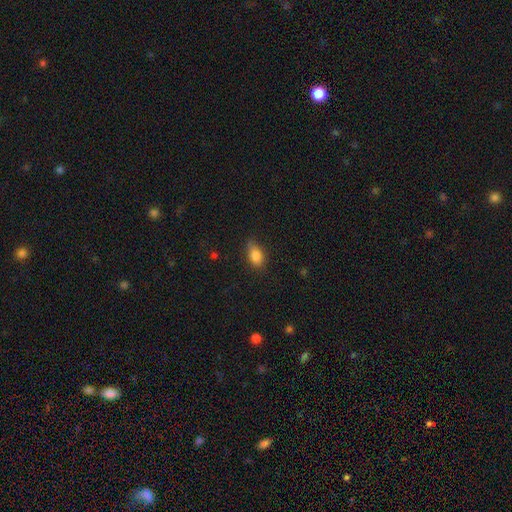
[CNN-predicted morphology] The model was most divided on "merging": none: 70%, minor disturbance: 24%, major disturbance: 5%, merger: 2%. More confident: how rounded — in between (83%); smooth or featured — smooth (82%).